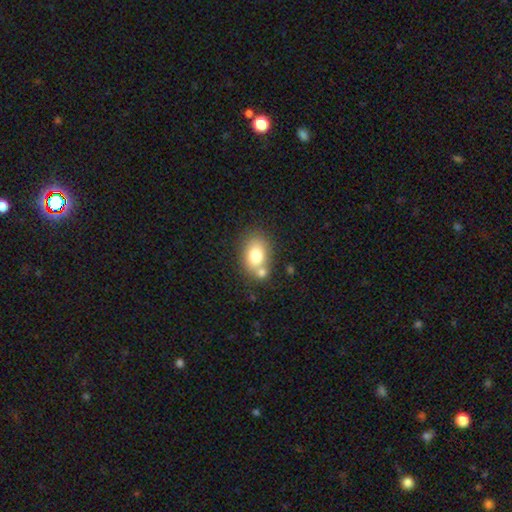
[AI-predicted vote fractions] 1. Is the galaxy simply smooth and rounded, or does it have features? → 77% smooth, 14% featured or disk, 9% star or artifact.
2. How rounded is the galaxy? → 74% in between, 25% round, 1% cigar-shaped.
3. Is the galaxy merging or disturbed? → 52% none, 28% merger, 15% minor disturbance, 5% major disturbance.